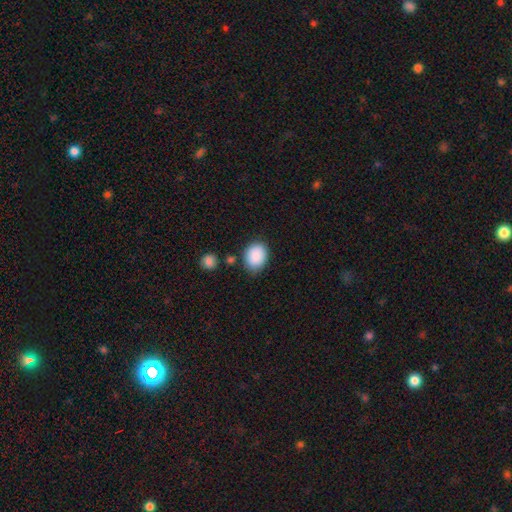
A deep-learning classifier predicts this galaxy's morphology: A smooth galaxy with no disk features (89%) that is in between round and cigar-shaped (61%).

Vote fractions:
- Smooth or featured? smooth: 89% / star or artifact: 7% / featured or disk: 4%
- How rounded? in between: 61% / round: 38% / cigar-shaped: 1%
- Merging? none: 78% / minor disturbance: 14% / merger: 4% / major disturbance: 4%